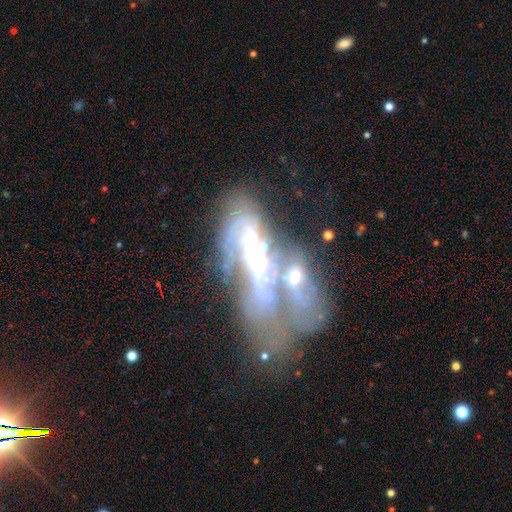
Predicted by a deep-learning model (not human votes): smooth-or-featured: featured or disk: 70% | smooth: 15% | star or artifact: 14%
  disk-edge-on: no: 88% | yes: 12%
    bar: no: 63% | weak: 20% | strong: 17%
    has-spiral-arms: no: 61% | yes: 39%
    bulge-size: moderate: 47% | small: 20% | none: 18% | large: 11% | dominant: 3%
  merging: merger: 59% | major disturbance: 24% | none: 10% | minor disturbance: 7%